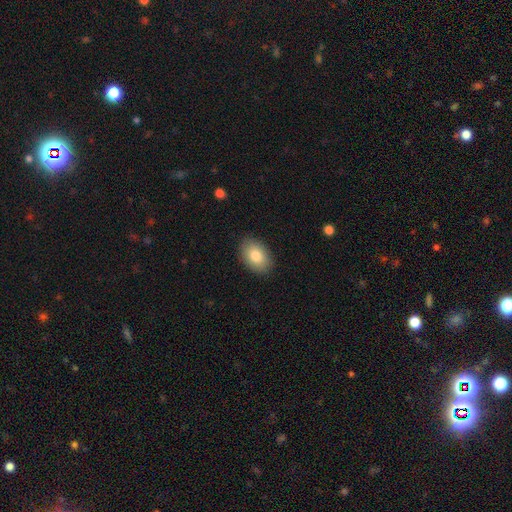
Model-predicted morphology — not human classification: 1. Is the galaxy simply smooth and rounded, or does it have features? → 83% smooth, 10% featured or disk, 7% star or artifact.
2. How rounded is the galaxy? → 87% in between, 12% round, 1% cigar-shaped.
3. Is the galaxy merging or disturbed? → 88% none, 9% minor disturbance, 2% major disturbance, 1% merger.